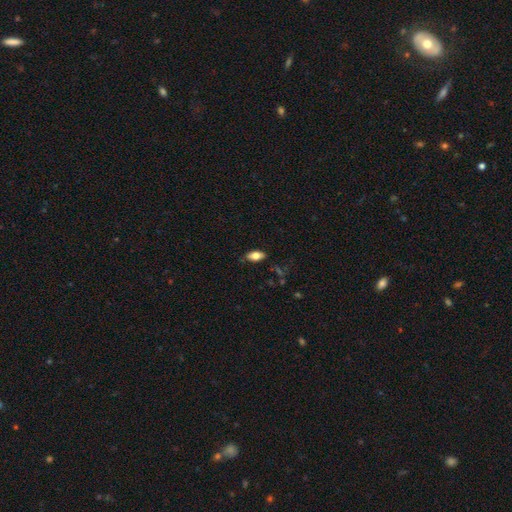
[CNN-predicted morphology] A smooth galaxy with no disk features (74%) that is in between round and cigar-shaped (88%). Merging: none (81%).